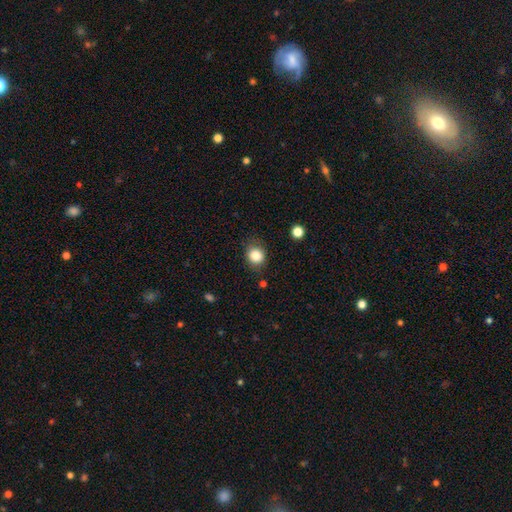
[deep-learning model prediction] A smooth galaxy with no disk features (84%) that is round (72%).

Vote fractions:
- Smooth or featured? smooth: 84% / star or artifact: 11% / featured or disk: 6%
- How rounded? round: 72% / in between: 27% / cigar-shaped: 1%
- Merging? none: 79% / minor disturbance: 15% / major disturbance: 4% / merger: 2%